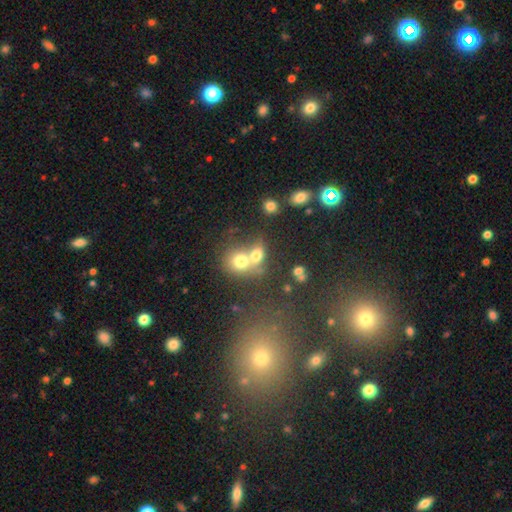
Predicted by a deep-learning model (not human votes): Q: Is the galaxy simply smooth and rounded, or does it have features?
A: smooth — 70%.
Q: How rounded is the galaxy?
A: round — 56%.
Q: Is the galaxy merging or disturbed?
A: merger — 61%.